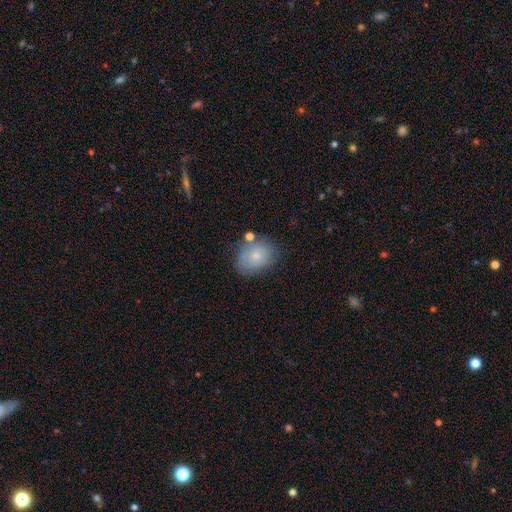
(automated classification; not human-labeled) Overall: smooth (73%). How rounded: in between (60%; round 39%). Merging: none (65%).